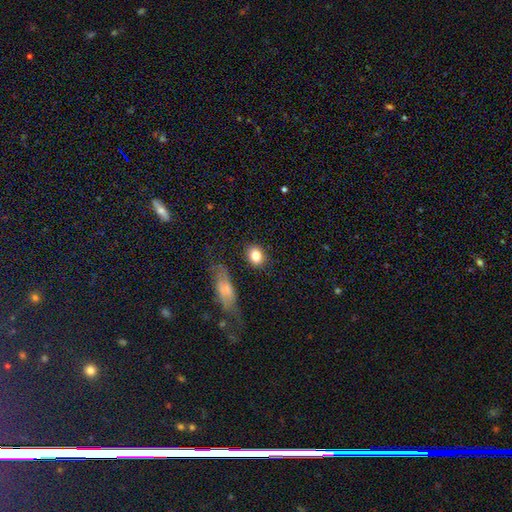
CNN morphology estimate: A smooth galaxy with no disk features (82%) that is round (51%).

Vote fractions:
- Smooth or featured? smooth: 82% / star or artifact: 9% / featured or disk: 9%
- How rounded? round: 51% / in between: 47% / cigar-shaped: 2%
- Merging? none: 83% / minor disturbance: 10% / merger: 4% / major disturbance: 3%